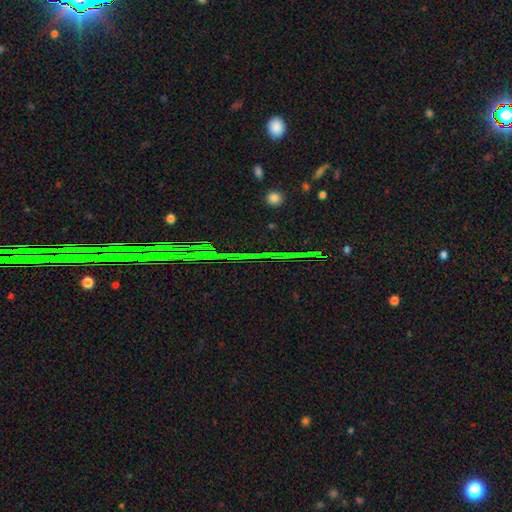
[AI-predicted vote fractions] This is likely a star or artifact rather than a galaxy (72%).